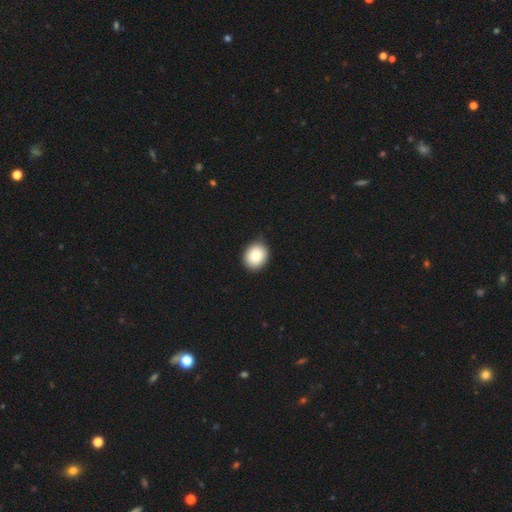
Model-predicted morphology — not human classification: type=smooth (87%); roundness=round (57%); merging=none (88%).